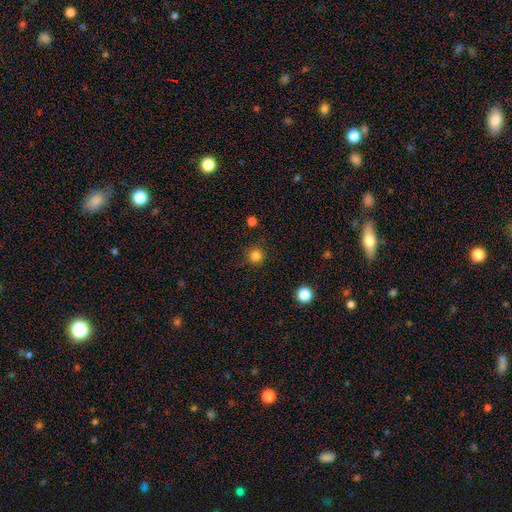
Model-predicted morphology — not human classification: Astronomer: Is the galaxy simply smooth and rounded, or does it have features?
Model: smooth — 83%.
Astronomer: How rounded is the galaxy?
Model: round — 94%.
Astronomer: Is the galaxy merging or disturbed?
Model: none — 87%.